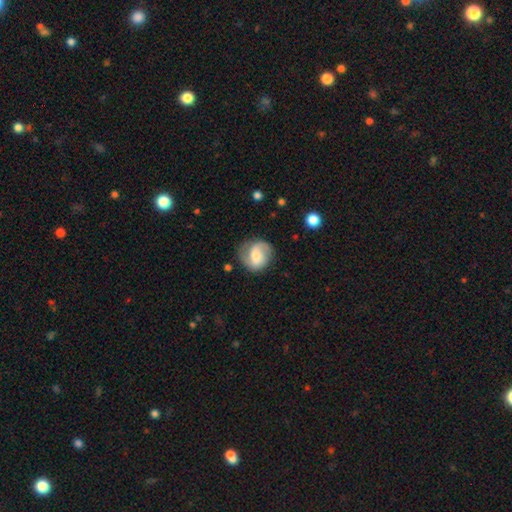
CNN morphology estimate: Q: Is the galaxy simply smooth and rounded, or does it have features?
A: featured or disk — 65%.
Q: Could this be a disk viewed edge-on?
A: no — 97%.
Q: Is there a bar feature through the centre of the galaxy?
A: weak — 47%.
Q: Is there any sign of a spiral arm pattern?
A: yes — 90%.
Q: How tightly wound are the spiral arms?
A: medium — 44%.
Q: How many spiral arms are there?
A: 2 — 82%.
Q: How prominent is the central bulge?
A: moderate — 50%.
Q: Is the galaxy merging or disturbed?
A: none — 75%.